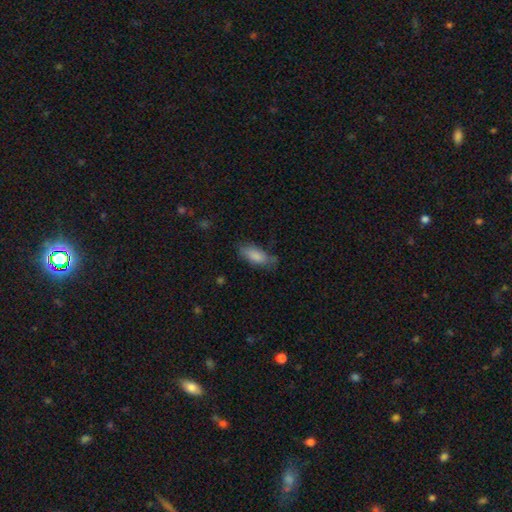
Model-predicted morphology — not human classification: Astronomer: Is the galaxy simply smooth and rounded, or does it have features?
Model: smooth — 84%.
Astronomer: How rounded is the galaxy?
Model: in between — 82%.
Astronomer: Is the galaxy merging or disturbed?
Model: none — 66%.